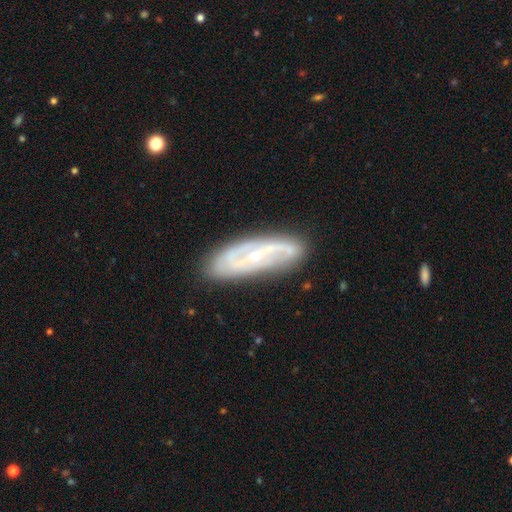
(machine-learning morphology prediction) Smooth or featured?
  - featured or disk: 82% *
  - smooth: 13%
  - star or artifact: 6%
Edge-on disk?
  - no: 85% *
  - yes: 15%
Bar?
  - no: 54% *
  - weak: 30%
  - strong: 16%
Spiral arms?
  - yes: 84% *
  - no: 16%
Spiral winding?
  - tight: 42% *
  - medium: 39%
  - loose: 18%
Spiral arm count?
  - 2: 58% *
  - can't tell: 26%
  - 3: 7%
  - 1: 4%
  - 4: 3%
  - more than 4: 2%
Bulge size?
  - small: 66% *
  - moderate: 31%
  - large: 1%
  - none: 1%
  - dominant: 1%
Merging?
  - none: 80% *
  - minor disturbance: 15%
  - major disturbance: 4%
  - merger: 2%